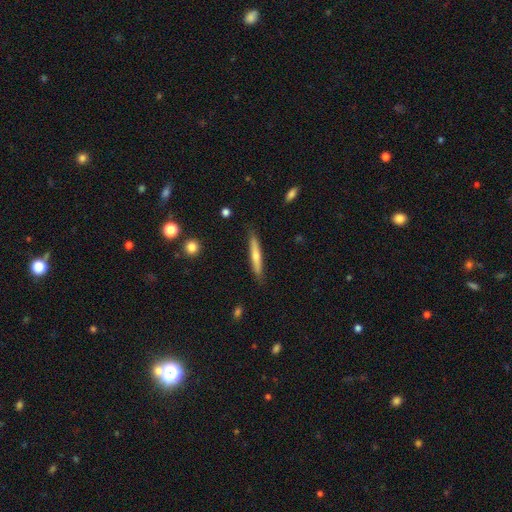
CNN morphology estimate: Smooth or featured? featured or disk (52%)
Edge-on disk? yes (93%)
Merging? none (88%)